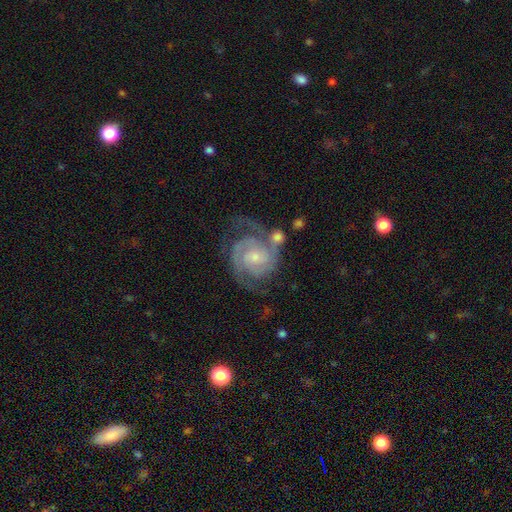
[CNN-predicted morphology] Overall: featured or disk (90%). Edge-on disk: no (98%). Bar: no (59%; weak 34%). Spiral arms: yes (98%). Spiral arm count: 2 (73%). Spiral winding: tight (54%; medium 38%). Bulge size: small (62%; moderate 31%). Merging: none (60%).